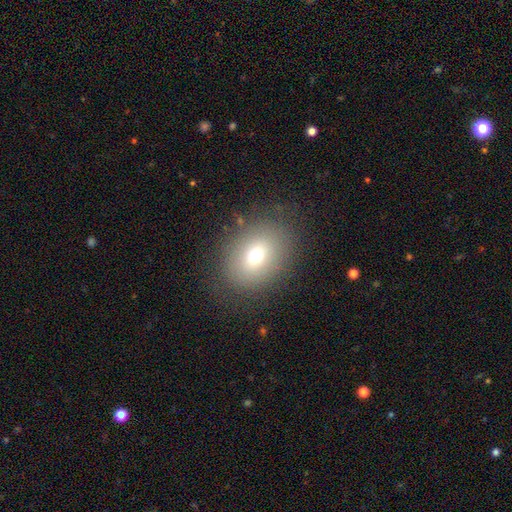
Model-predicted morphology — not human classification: The model was most divided on "how rounded": in between: 57%, round: 42%, cigar-shaped: 1%. More confident: merging — none (83%); smooth or featured — smooth (71%).